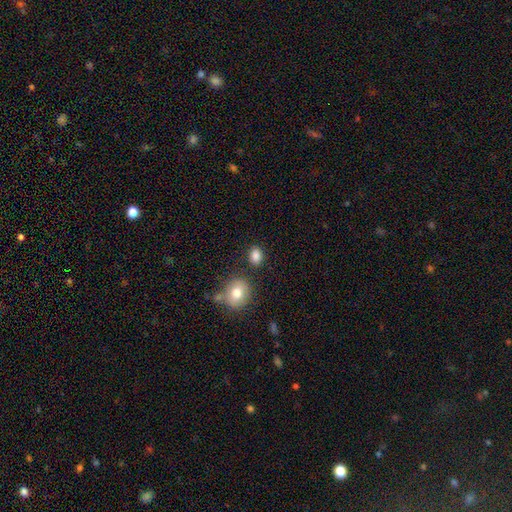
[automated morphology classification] This appears to be a smooth galaxy with no disk features (85%) that is in between round and cigar-shaped (61%). Merging: none (80%).